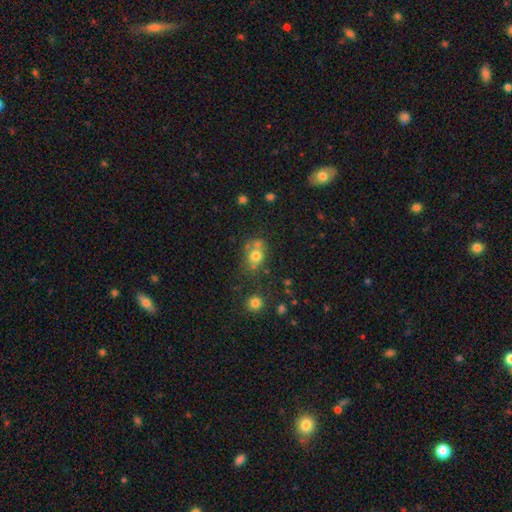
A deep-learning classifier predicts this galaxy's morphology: Q: Smooth or featured?
A: smooth (70%); runner-up: featured or disk (15%)
Q: How rounded?
A: round (59%); runner-up: in between (40%)
Q: Merging?
A: none (50%); runner-up: merger (28%)